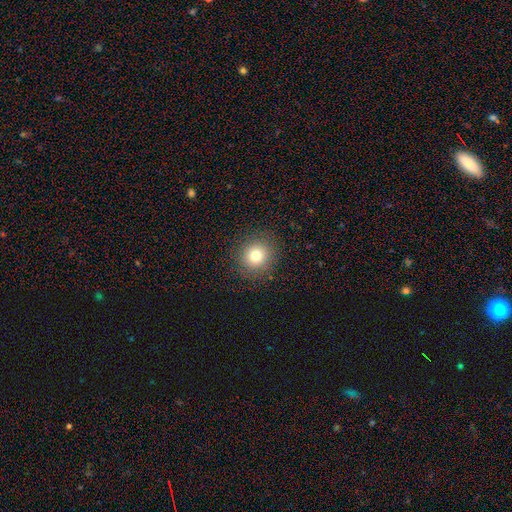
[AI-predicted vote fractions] Morphology: type=smooth (78%); roundness=round (90%); merging=none (90%).